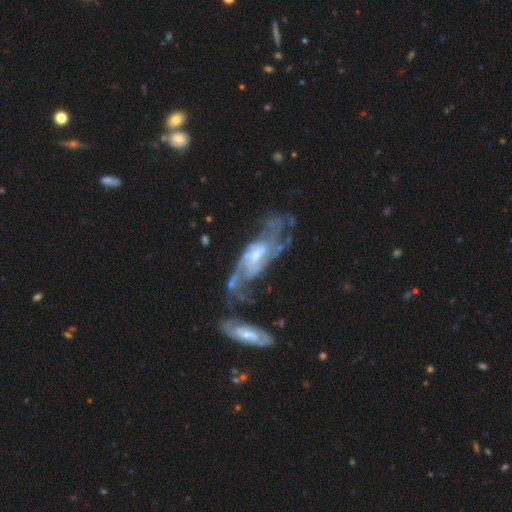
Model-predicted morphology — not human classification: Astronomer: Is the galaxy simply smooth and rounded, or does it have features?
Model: featured or disk — 87%.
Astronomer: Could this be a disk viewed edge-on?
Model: no — 91%.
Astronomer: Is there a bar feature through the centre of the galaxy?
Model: weak — 49% (runner-up: no, 34%).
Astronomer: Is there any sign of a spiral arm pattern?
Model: yes — 94%.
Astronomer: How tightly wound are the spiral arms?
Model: medium — 46% (runner-up: tight, 29%).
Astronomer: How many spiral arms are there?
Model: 2 — 49% (runner-up: can't tell, 25%).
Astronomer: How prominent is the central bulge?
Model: small — 48% (runner-up: moderate, 36%).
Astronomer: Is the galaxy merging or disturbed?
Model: none — 40% (runner-up: merger, 21%).